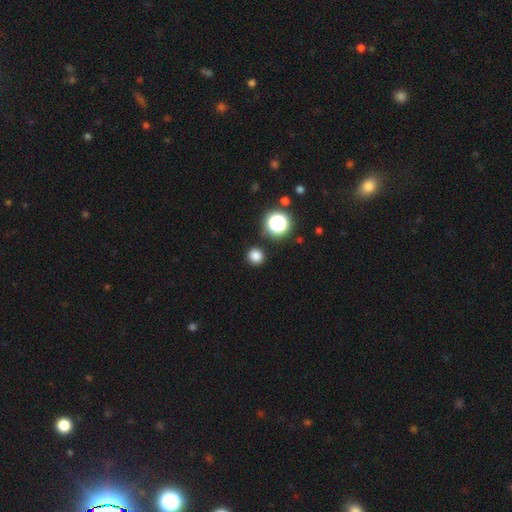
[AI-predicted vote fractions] A smooth galaxy with no disk features (80%) that is round (91%).

Vote fractions:
- Smooth or featured? smooth: 80% / star or artifact: 16% / featured or disk: 4%
- How rounded? round: 91% / in between: 8% / cigar-shaped: 1%
- Merging? none: 90% / minor disturbance: 6% / major disturbance: 2% / merger: 2%